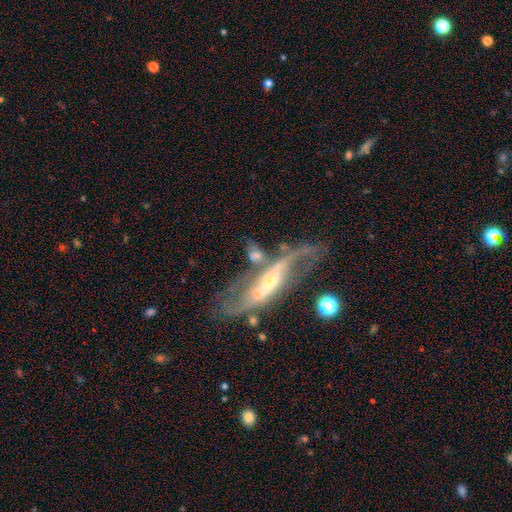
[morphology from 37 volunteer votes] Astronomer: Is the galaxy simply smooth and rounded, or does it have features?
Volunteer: featured or disk — 68%.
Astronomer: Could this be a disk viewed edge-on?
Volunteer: no — 92%.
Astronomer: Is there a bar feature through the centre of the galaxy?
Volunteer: no — 43% (runner-up: weak, 30%).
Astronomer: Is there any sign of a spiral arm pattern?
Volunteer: yes — 78%.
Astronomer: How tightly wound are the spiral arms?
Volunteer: loose — 72%.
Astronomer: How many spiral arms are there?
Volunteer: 2 — 89%.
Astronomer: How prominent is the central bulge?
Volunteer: small — 57% (runner-up: moderate, 39%).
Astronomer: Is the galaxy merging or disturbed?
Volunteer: merger — 49% (runner-up: none, 24%).